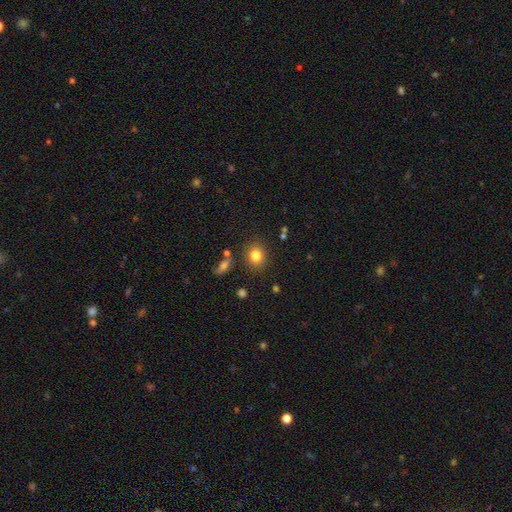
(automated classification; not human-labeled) smooth 81%, star or artifact 11%, featured or disk 7%. Down the decision tree: how rounded — round (66%); merging — none (82%).